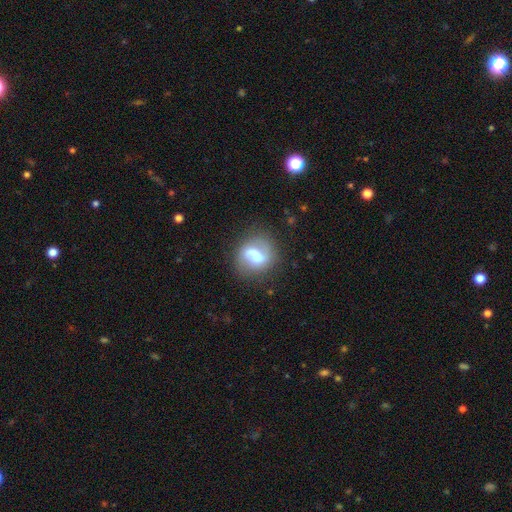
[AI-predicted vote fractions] Smooth or featured? featured or disk (56%)
Edge-on disk? no (97%)
Bar? weak (44%)
Spiral arms? yes (75%)
Bulge size? moderate (39%)
Merging? none (62%)